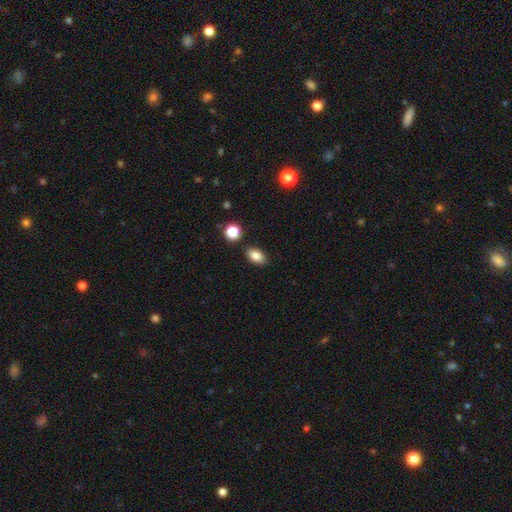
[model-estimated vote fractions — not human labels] Smooth or featured? Predicted: smooth (p=0.85). How rounded? Predicted: in between (p=0.86). Merging? Predicted: none (p=0.85).